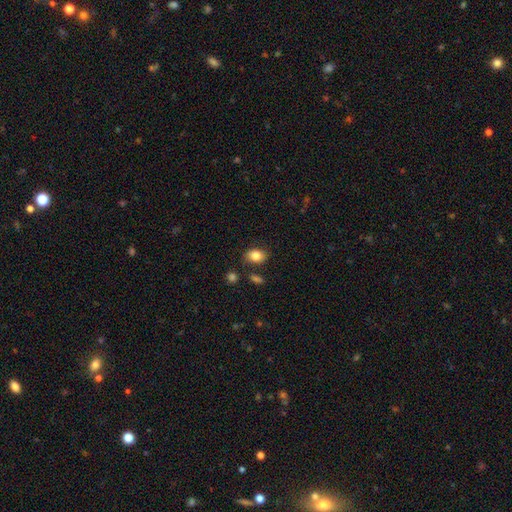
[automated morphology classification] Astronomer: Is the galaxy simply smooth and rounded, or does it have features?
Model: smooth — 83%.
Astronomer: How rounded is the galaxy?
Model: in between — 77%.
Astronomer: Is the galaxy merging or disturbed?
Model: none — 79%.